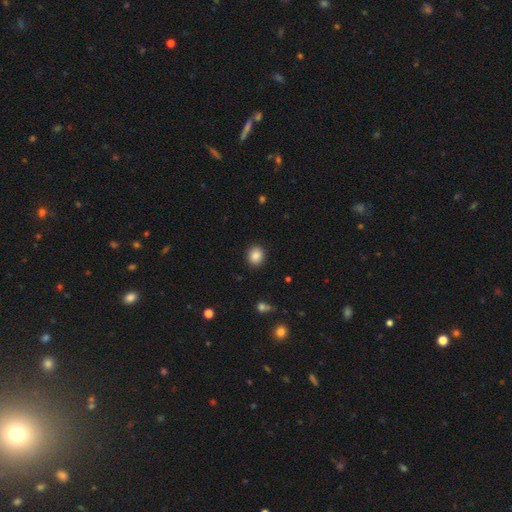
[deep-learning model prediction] smooth_or_featured: smooth (p=0.87) [alt: star or artifact p=0.09]
how_rounded: round (p=0.78) [alt: in between p=0.21]
merging: none (p=0.90) [alt: minor disturbance p=0.06]